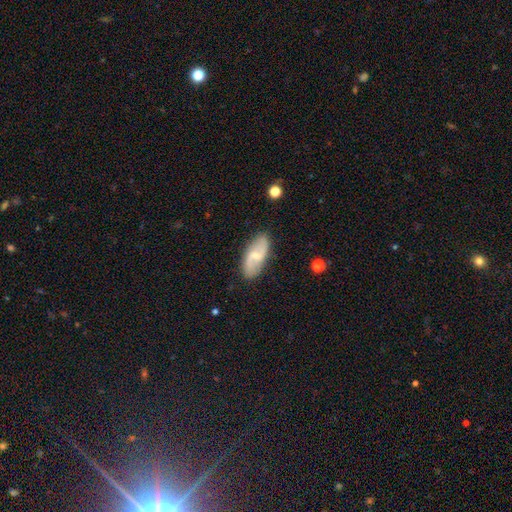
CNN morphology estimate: smooth_or_featured: featured or disk (p=0.63) [alt: smooth p=0.31]
disk_edge_on: no (p=0.93) [alt: yes p=0.07]
bar: weak (p=0.54) [alt: no p=0.31]
has_spiral_arms: yes (p=0.86) [alt: no p=0.14]
spiral_winding: loose (p=0.60) [alt: medium p=0.29]
spiral_arm_count: 2 (p=0.88) [alt: can't tell p=0.07]
bulge_size: small (p=0.58) [alt: moderate p=0.32]
merging: none (p=0.84) [alt: minor disturbance p=0.12]